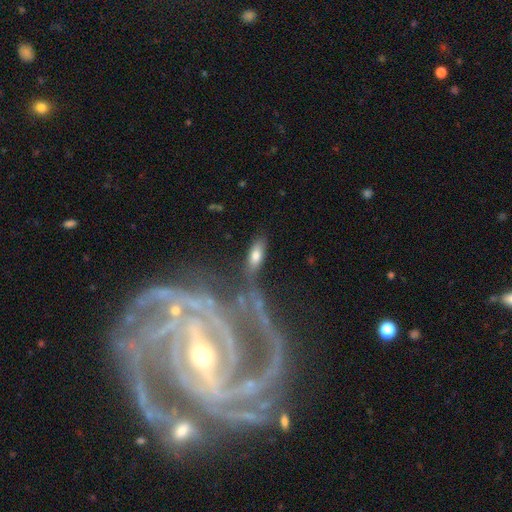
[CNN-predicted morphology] Overall: smooth (74%). How rounded: in between (71%). Merging: none (68%).